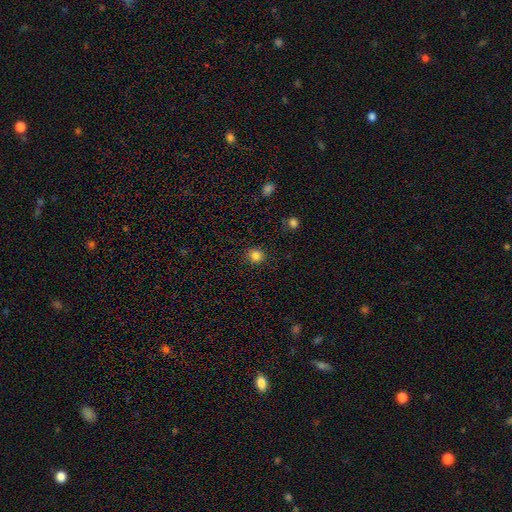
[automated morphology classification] The model was most divided on "smooth or featured": smooth: 83%, star or artifact: 12%, featured or disk: 4%. More confident: how rounded — round (91%); merging — none (91%).